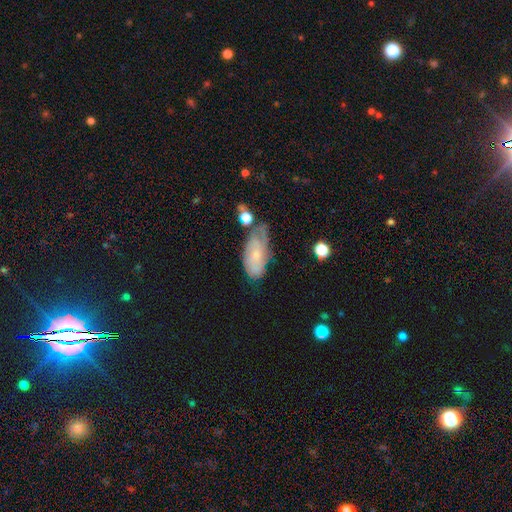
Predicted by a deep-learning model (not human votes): This is possibly a featured or disk galaxy (54%). It is clearly not viewed edge-on (90%). Merging: possibly none (49%).